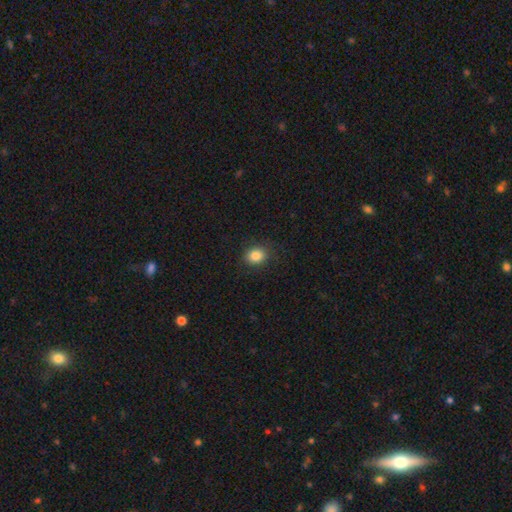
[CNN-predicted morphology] This appears to be a smooth galaxy with no disk features (85%) that is round (60%). Merging: none (86%).